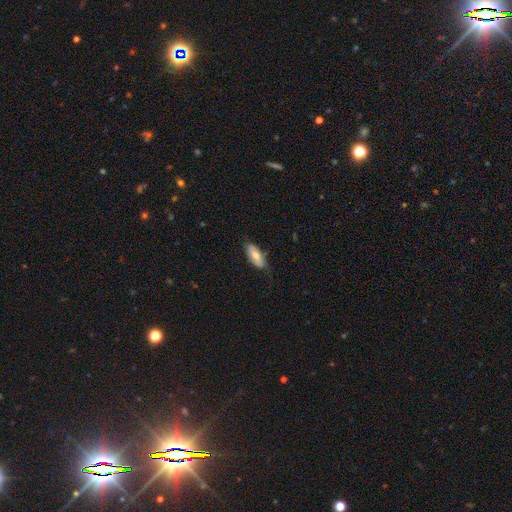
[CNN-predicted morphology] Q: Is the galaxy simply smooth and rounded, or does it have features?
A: smooth — 68%.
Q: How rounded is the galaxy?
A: in between — 78%.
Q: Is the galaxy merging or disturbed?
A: none — 72%.